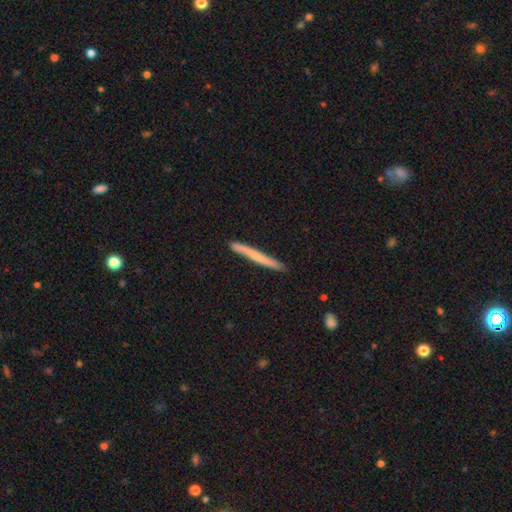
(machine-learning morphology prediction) Smooth or featured? Predicted: smooth (p=0.56). How rounded? Predicted: cigar-shaped (p=0.97). Merging? Predicted: none (p=0.89).